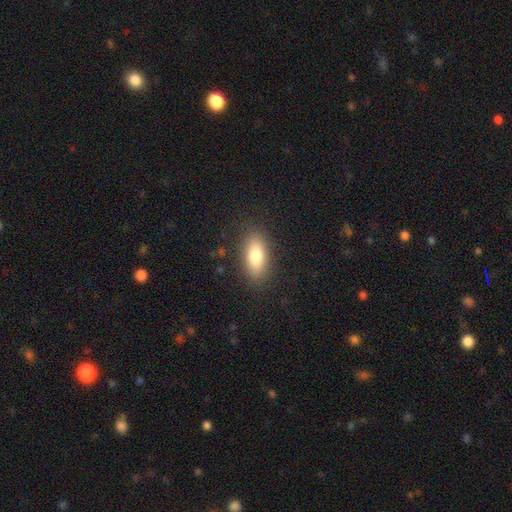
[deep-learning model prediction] Smooth or featured: smooth — 80% (featured or disk — 12%)
How rounded: in between — 83% (cigar-shaped — 14%)
Merging: none — 86% (minor disturbance — 10%)